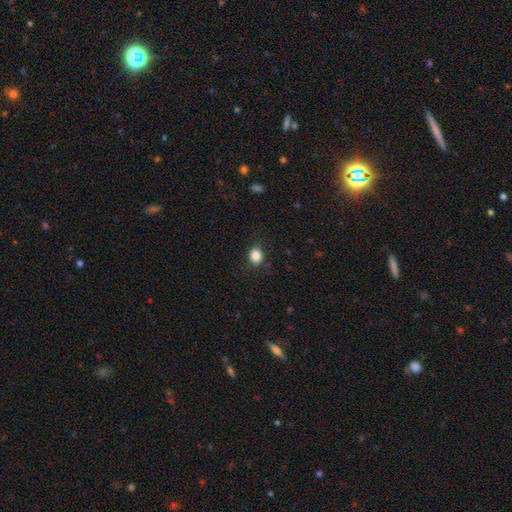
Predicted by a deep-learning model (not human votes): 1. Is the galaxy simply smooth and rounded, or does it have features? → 85% smooth, 10% star or artifact, 4% featured or disk.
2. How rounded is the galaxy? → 52% in between, 47% round, 1% cigar-shaped.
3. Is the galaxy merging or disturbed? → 86% none, 10% minor disturbance, 3% major disturbance, 1% merger.